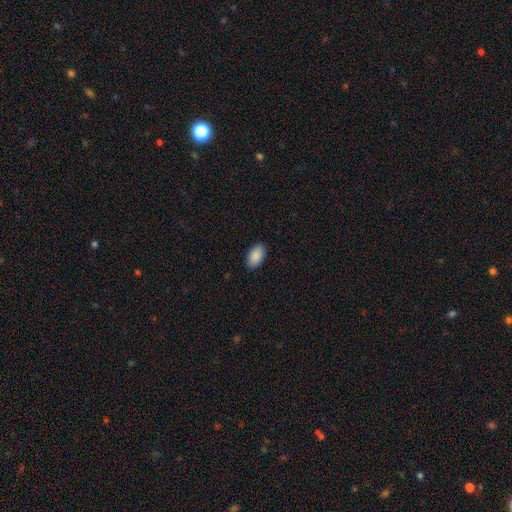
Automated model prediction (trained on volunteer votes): Smooth or featured? smooth (90%)
How rounded? in between (94%)
Merging? none (89%)